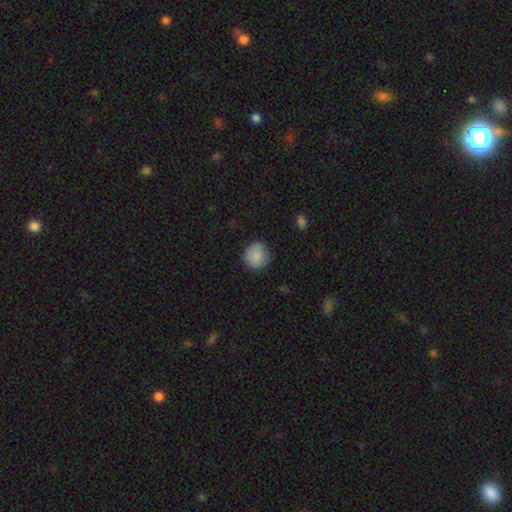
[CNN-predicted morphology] A smooth galaxy with no disk features (87%) that is round (91%). Merging: none (87%).